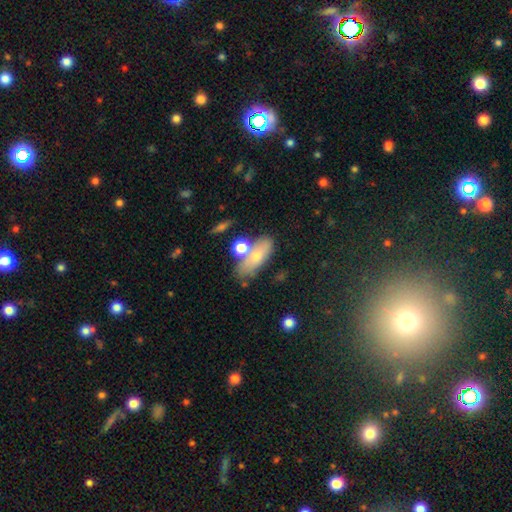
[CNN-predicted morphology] Smooth or featured? smooth (67%)
How rounded? in between (74%)
Merging? none (59%)